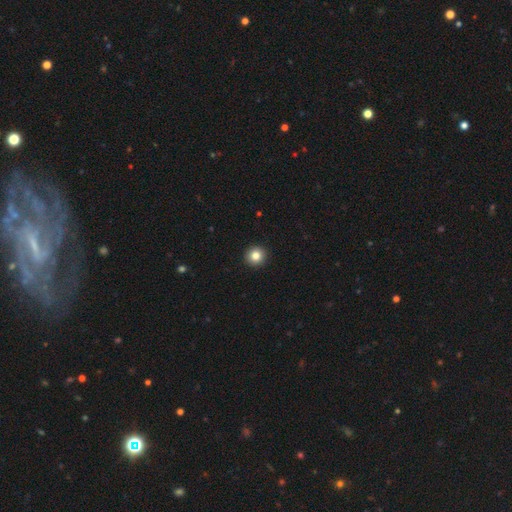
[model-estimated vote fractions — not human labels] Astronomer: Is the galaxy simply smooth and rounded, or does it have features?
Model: smooth — 83%.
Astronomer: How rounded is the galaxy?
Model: round — 94%.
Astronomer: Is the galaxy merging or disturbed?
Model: none — 94%.